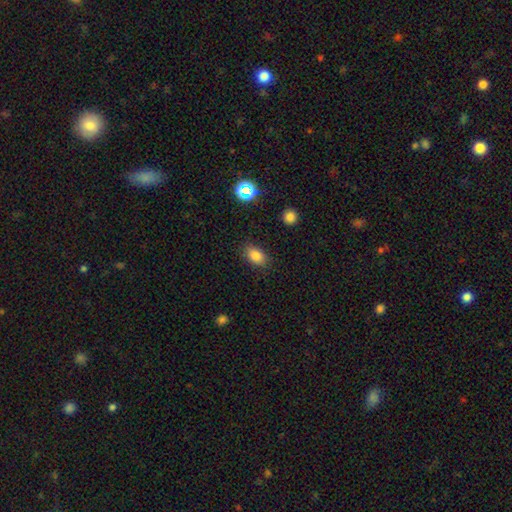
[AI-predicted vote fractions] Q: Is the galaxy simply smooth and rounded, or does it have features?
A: smooth — 81%.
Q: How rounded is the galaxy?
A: in between — 84%.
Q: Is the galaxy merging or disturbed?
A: none — 84%.